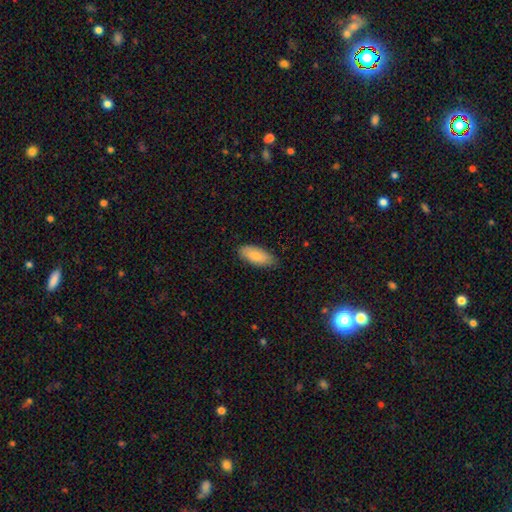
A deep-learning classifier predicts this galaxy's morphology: Smooth or featured? Predicted: smooth (p=0.82). How rounded? Predicted: in between (p=0.85). Merging? Predicted: none (p=0.81).